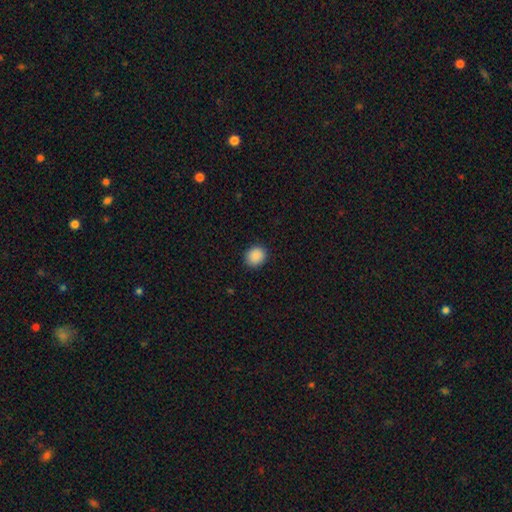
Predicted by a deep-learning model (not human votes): Morphology: type=smooth (89%); roundness=round (74%); merging=none (89%).